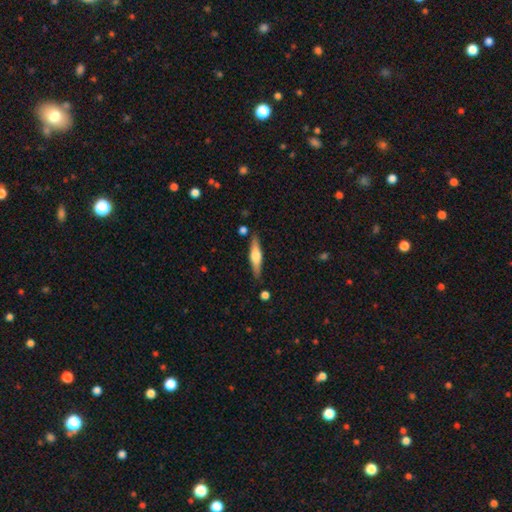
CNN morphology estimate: Overall: featured or disk (54%; smooth 41%). Edge-on disk: yes (95%). Edge-on bulge: rounded (87%). Merging: none (85%).